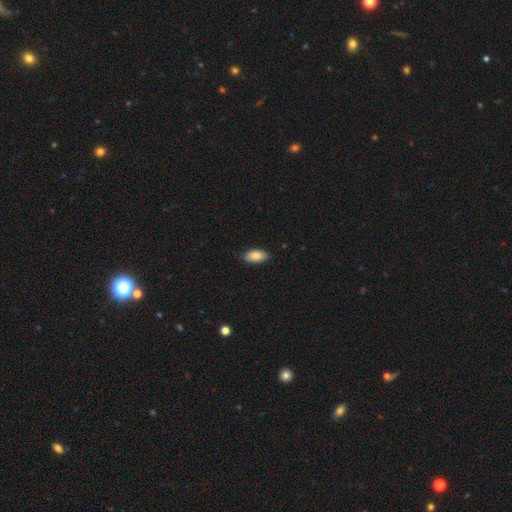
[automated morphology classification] Smooth or featured?
  - smooth: 87% *
  - featured or disk: 7%
  - star or artifact: 7%
How rounded?
  - in between: 93% *
  - cigar-shaped: 4%
  - round: 3%
Merging?
  - none: 84% *
  - minor disturbance: 13%
  - major disturbance: 2%
  - merger: 1%